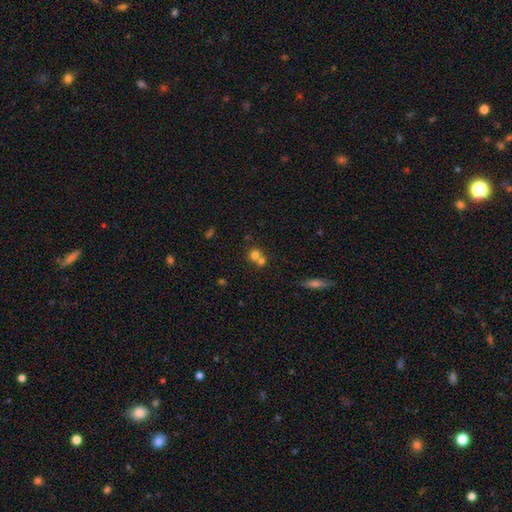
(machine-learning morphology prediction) smooth_or_featured: smooth (p=0.72) [alt: star or artifact p=0.15]
how_rounded: round (p=0.84) [alt: in between p=0.15]
merging: merger (p=0.53) [alt: none p=0.39]